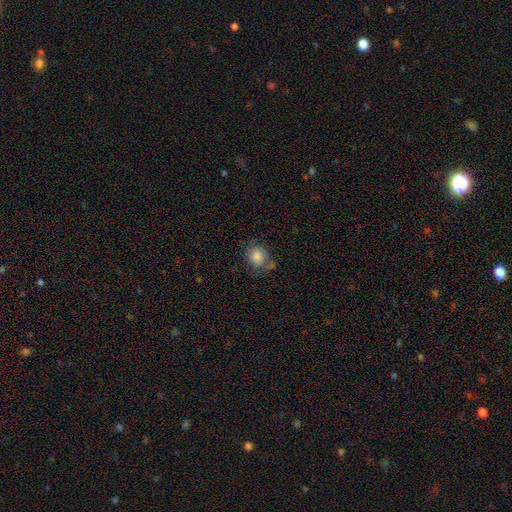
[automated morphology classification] Overall: smooth (76%). How rounded: round (69%; in between 30%). Merging: none (64%).